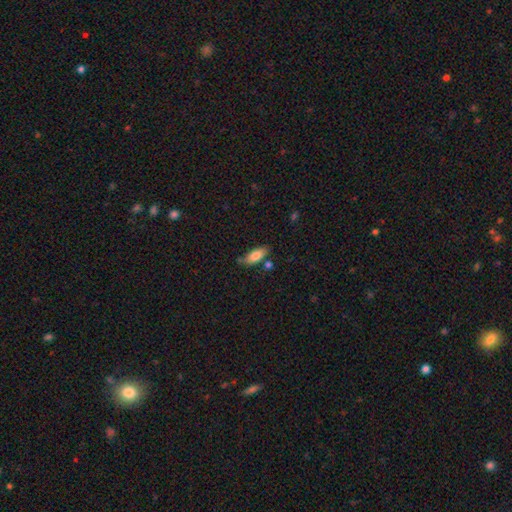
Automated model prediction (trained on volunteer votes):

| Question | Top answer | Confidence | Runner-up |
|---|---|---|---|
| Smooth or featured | smooth | 80% | featured or disk (14%) |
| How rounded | in between | 77% | cigar-shaped (21%) |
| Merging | none | 73% | minor disturbance (16%) |